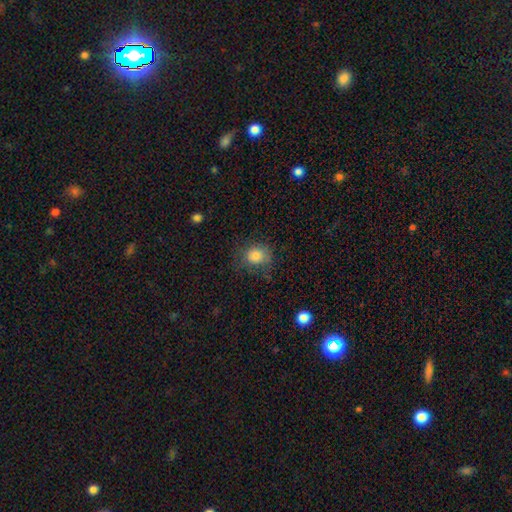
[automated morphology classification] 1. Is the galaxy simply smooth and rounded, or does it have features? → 81% smooth, 10% star or artifact, 9% featured or disk.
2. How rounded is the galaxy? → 71% round, 28% in between, 1% cigar-shaped.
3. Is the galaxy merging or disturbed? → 65% none, 22% minor disturbance, 11% major disturbance, 2% merger.